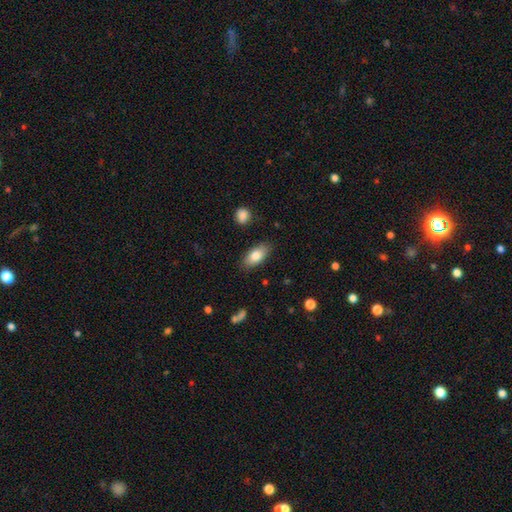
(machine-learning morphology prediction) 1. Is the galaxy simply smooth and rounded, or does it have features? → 81% smooth, 12% featured or disk, 7% star or artifact.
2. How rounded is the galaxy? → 89% in between, 8% cigar-shaped, 3% round.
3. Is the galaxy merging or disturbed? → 85% none, 11% minor disturbance, 2% major disturbance, 2% merger.